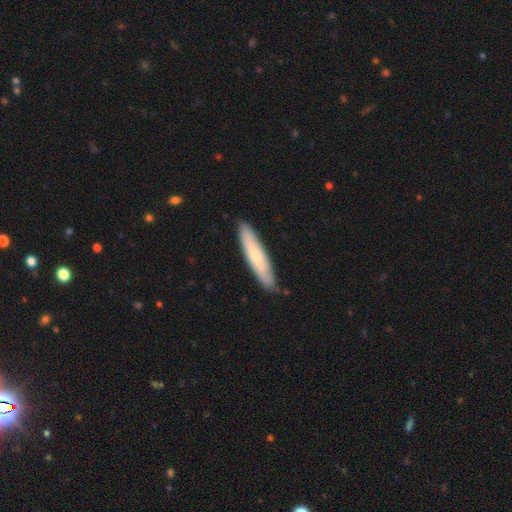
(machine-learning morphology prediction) This is likely a smooth galaxy (66%). How rounded: clearly cigar-shaped (87%). Merging: clearly none (85%).